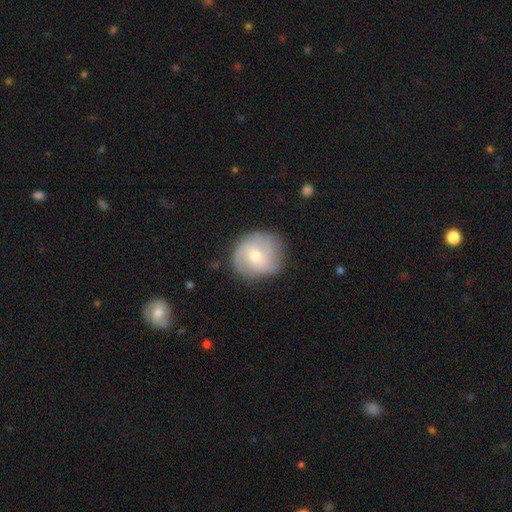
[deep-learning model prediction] Q: Smooth or featured?
A: featured or disk (56%); runner-up: smooth (36%)
Q: Edge-on disk?
A: no (97%); runner-up: yes (3%)
Q: Bar?
A: no (55%); runner-up: weak (37%)
Q: Spiral arms?
A: yes (83%); runner-up: no (17%)
Q: Bulge size?
A: moderate (56%); runner-up: small (39%)
Q: Merging?
A: none (73%); runner-up: minor disturbance (19%)